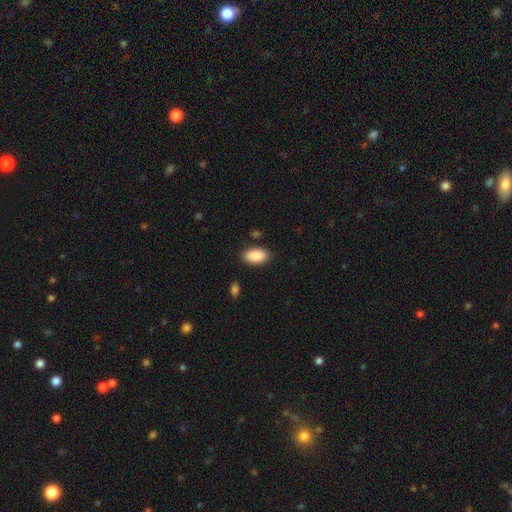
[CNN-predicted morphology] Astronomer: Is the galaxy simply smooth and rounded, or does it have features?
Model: smooth — 90%.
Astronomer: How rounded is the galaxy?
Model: in between — 94%.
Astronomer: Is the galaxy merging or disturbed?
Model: none — 86%.